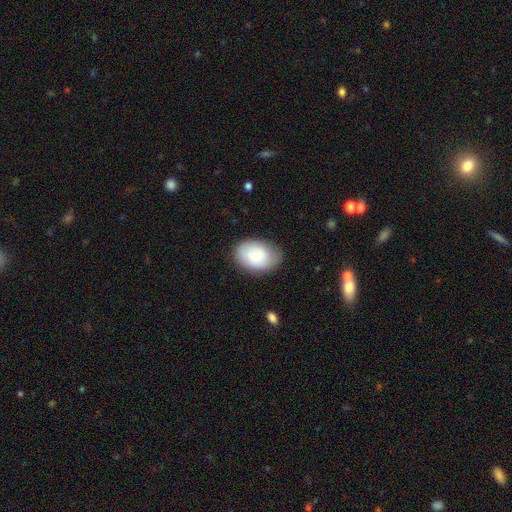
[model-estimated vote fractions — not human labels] A smooth galaxy with no disk features (80%) that is in between round and cigar-shaped (82%).

Vote fractions:
- Smooth or featured? smooth: 80% / featured or disk: 13% / star or artifact: 7%
- How rounded? in between: 82% / round: 17% / cigar-shaped: 1%
- Merging? none: 73% / minor disturbance: 20% / major disturbance: 6% / merger: 2%